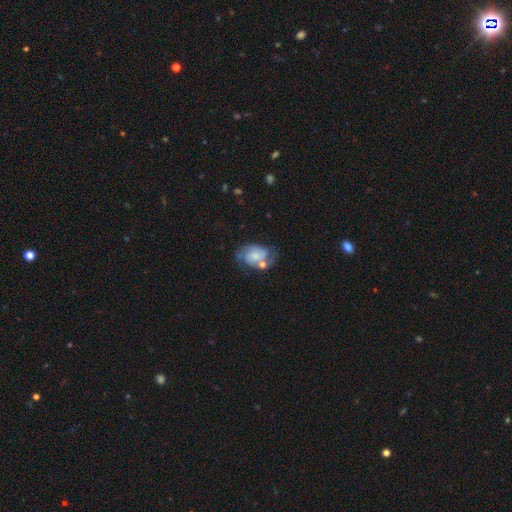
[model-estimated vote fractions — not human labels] Overall: featured or disk (62%; smooth 30%). Edge-on disk: no (97%). Bar: no (65%; weak 29%). Spiral arms: yes (87%). Spiral arm count: 2 (75%). Spiral winding: medium (46%; tight 33%). Bulge size: small (41%; moderate 28%). Merging: none (47%; minor disturbance 23%).